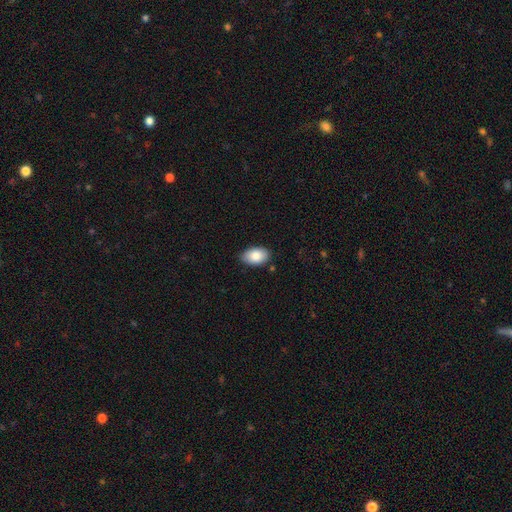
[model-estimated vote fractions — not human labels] Smooth or featured? smooth (84%)
How rounded? in between (92%)
Merging? none (82%)